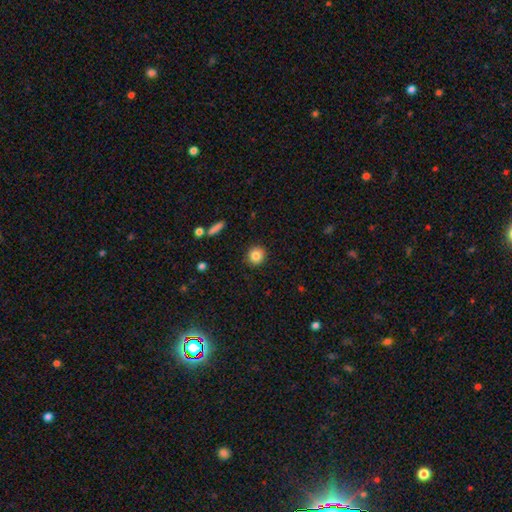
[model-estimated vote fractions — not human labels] smooth-or-featured: smooth: 84% | star or artifact: 9% | featured or disk: 7%
  how-rounded: round: 91% | in between: 8% | cigar-shaped: 1%
  merging: none: 90% | minor disturbance: 7% | major disturbance: 2% | merger: 1%